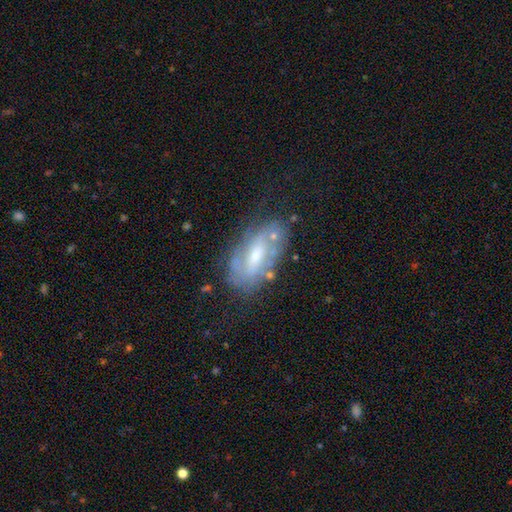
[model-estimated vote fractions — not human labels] Smooth or featured: featured or disk — 68% (smooth — 24%)
Edge-on disk: no — 91% (yes — 9%)
Bar: weak — 45% (no — 35%)
Spiral arms: yes — 69% (no — 31%)
Bulge size: moderate — 49% (small — 43%)
Merging: none — 62% (minor disturbance — 22%)